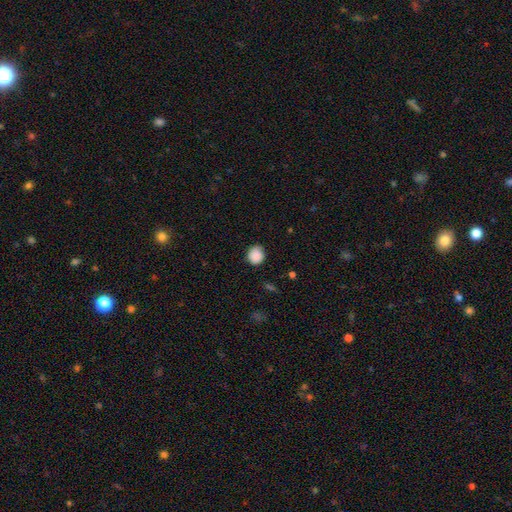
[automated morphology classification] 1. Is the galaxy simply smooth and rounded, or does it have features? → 88% smooth, 8% star or artifact, 4% featured or disk.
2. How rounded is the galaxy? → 79% round, 20% in between, 1% cigar-shaped.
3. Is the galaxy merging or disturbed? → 77% none, 18% minor disturbance, 3% major disturbance, 1% merger.